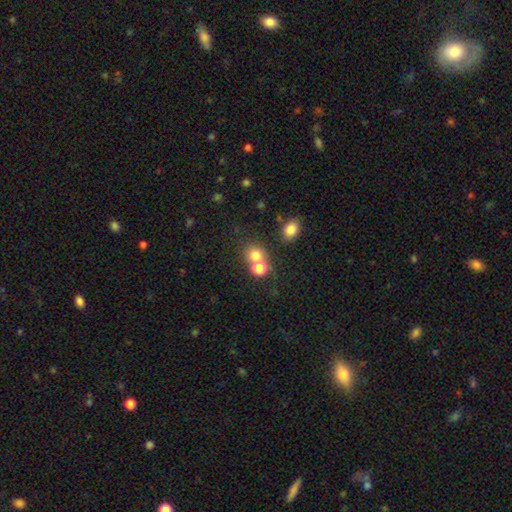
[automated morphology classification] The model was most divided on "merging": none: 51%, merger: 38%, minor disturbance: 7%, major disturbance: 4%. More confident: how rounded — round (81%); smooth or featured — smooth (75%).